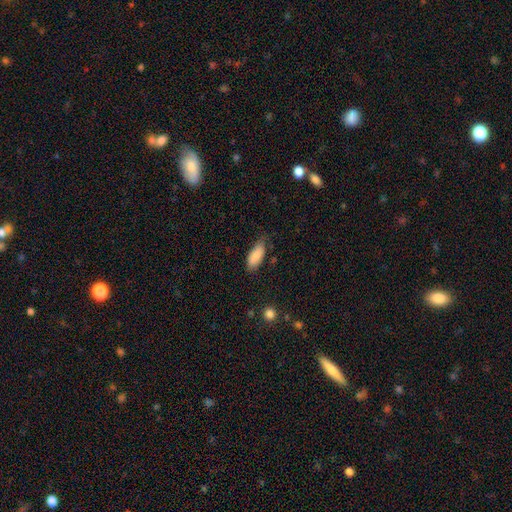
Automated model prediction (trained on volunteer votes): Overall: smooth (88%). How rounded: in between (84%). Merging: none (69%).